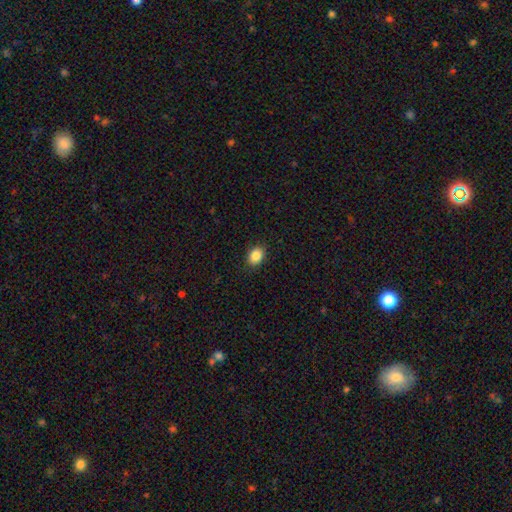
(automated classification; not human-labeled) Morphology: type=smooth (87%); roundness=in between (65%); merging=none (89%).